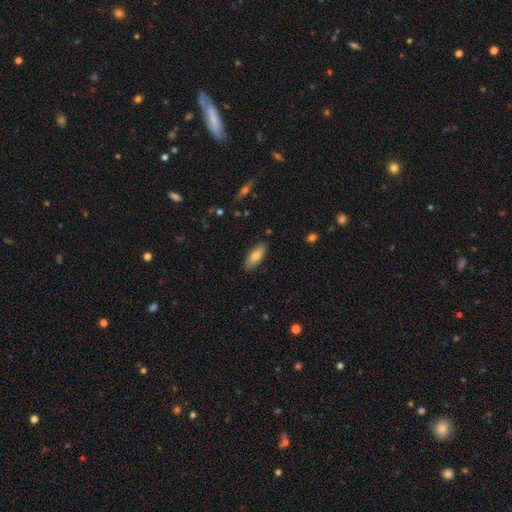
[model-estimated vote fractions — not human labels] Smooth or featured: smooth — 77% (featured or disk — 17%)
How rounded: in between — 74% (cigar-shaped — 24%)
Merging: none — 87% (minor disturbance — 10%)